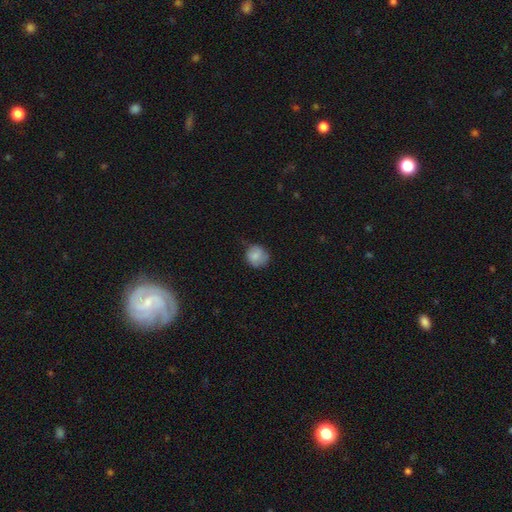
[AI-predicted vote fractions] Smooth or featured?
  - smooth: 82% *
  - featured or disk: 10%
  - star or artifact: 8%
How rounded?
  - round: 84% *
  - in between: 15%
  - cigar-shaped: 1%
Merging?
  - none: 67% *
  - minor disturbance: 26%
  - major disturbance: 6%
  - merger: 1%